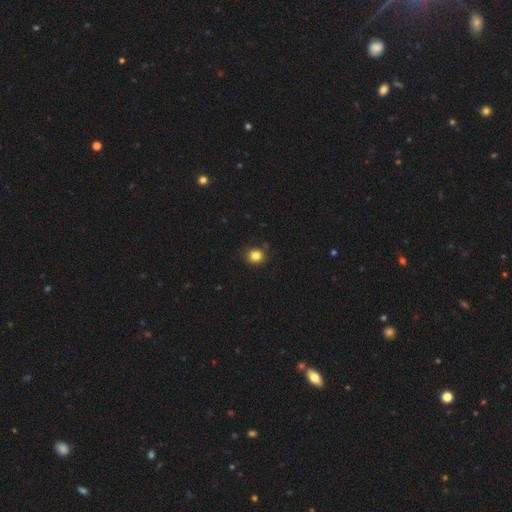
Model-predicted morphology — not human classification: A smooth galaxy with no disk features (84%) that is round (83%).

Vote fractions:
- Smooth or featured? smooth: 84% / star or artifact: 12% / featured or disk: 5%
- How rounded? round: 83% / in between: 16% / cigar-shaped: 1%
- Merging? none: 87% / minor disturbance: 10% / major disturbance: 2% / merger: 2%